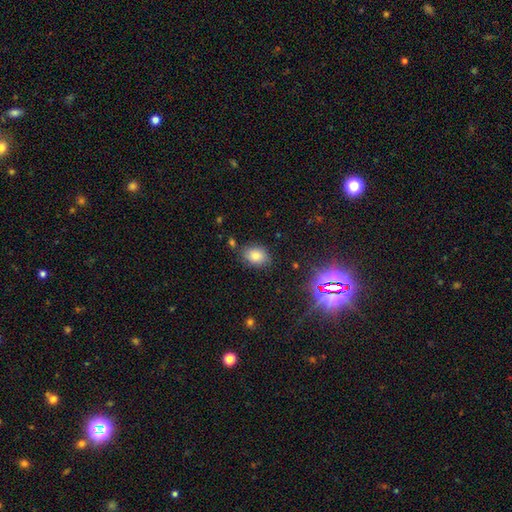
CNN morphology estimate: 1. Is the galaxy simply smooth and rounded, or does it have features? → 78% smooth, 13% star or artifact, 8% featured or disk.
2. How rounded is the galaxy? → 72% in between, 27% round, 1% cigar-shaped.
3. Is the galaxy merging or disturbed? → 78% none, 15% minor disturbance, 3% major disturbance, 3% merger.